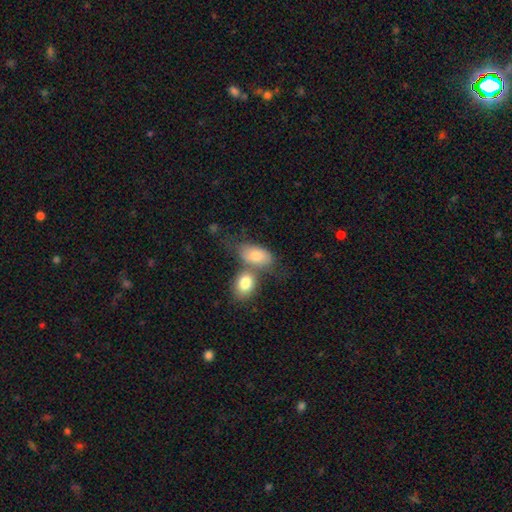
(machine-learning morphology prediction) type=smooth (77%); roundness=in between (87%); merging=merger (48%).